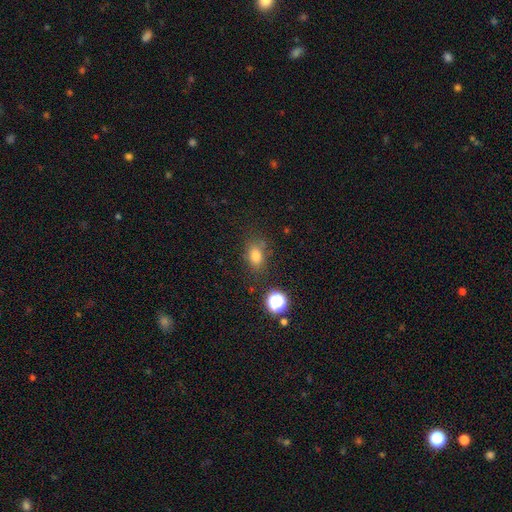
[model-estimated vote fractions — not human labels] The model was most divided on "how rounded": in between: 68%, round: 30%, cigar-shaped: 2%. More confident: smooth or featured — smooth (78%); merging — none (74%).